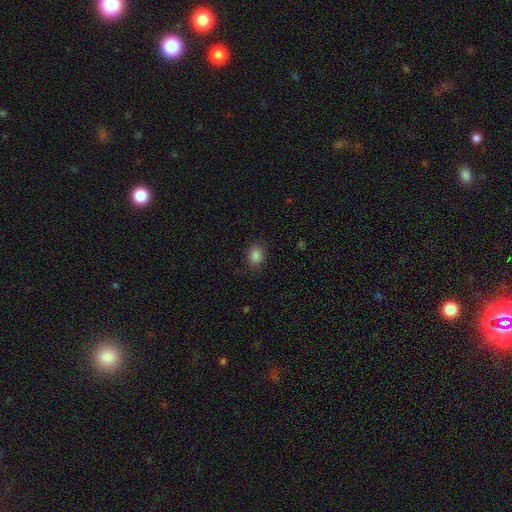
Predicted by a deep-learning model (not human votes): smooth_or_featured: smooth (p=0.86) [alt: star or artifact p=0.11]
how_rounded: in between (p=0.55) [alt: round p=0.44]
merging: none (p=0.83) [alt: minor disturbance p=0.12]